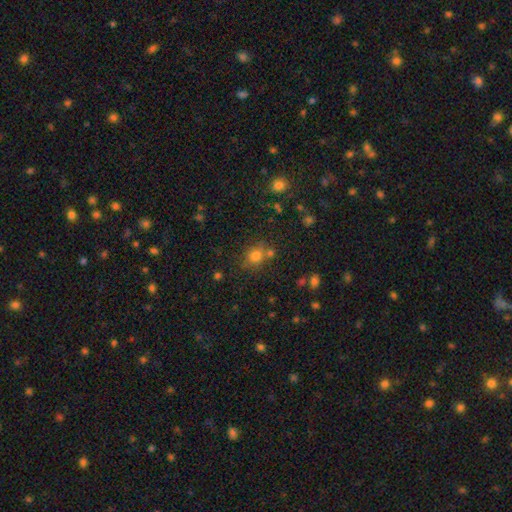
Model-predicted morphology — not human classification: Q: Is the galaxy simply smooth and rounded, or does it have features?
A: smooth — 76%.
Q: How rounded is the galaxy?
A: round — 77%.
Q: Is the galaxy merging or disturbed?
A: none — 69%.